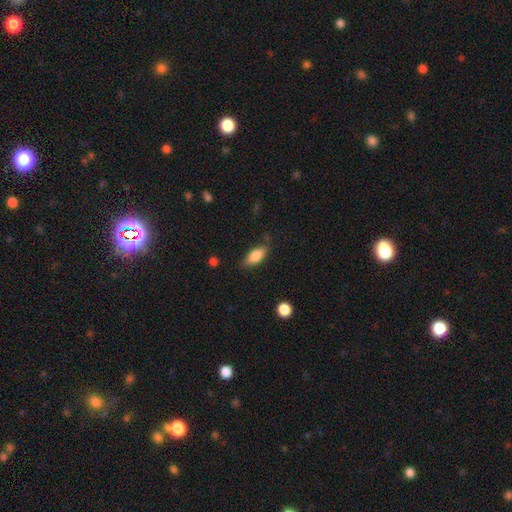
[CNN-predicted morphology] Smooth or featured? Predicted: smooth (p=0.82). How rounded? Predicted: in between (p=0.83). Merging? Predicted: none (p=0.78).